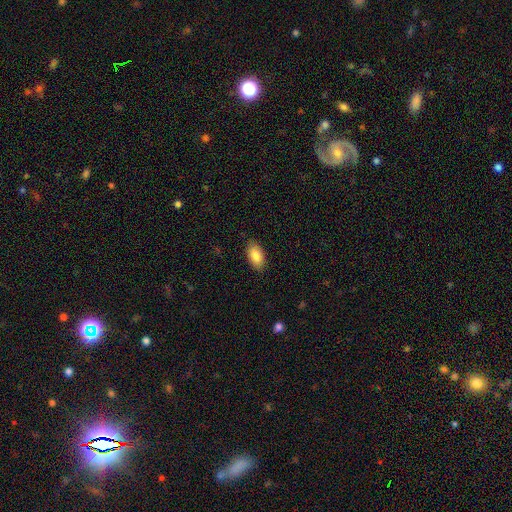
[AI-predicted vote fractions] Morphology: type=smooth (86%); roundness=in between (94%); merging=none (86%).